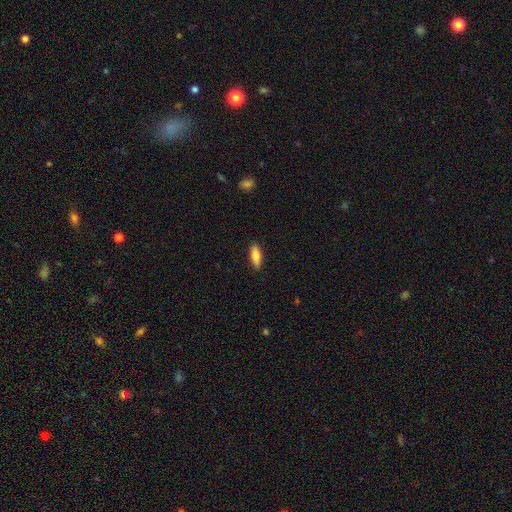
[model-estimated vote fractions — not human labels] This appears to be a smooth galaxy with no disk features (80%) that is in between round and cigar-shaped (60%). Merging: none (87%).